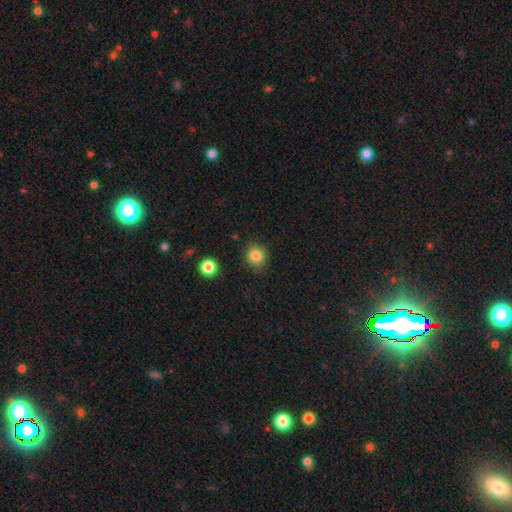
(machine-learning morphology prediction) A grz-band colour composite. It shows a smooth galaxy with no disk features (85%) that is round (86%). Merging: none (83%).